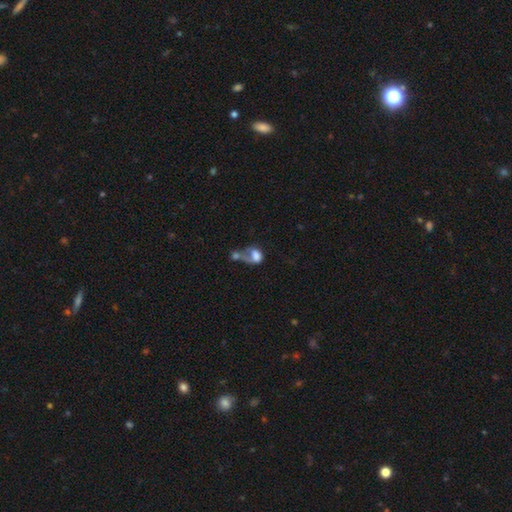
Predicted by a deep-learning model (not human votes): This appears to be a smooth galaxy with no disk features (61%) that is in between round and cigar-shaped (72%). Merging: merger (53%).